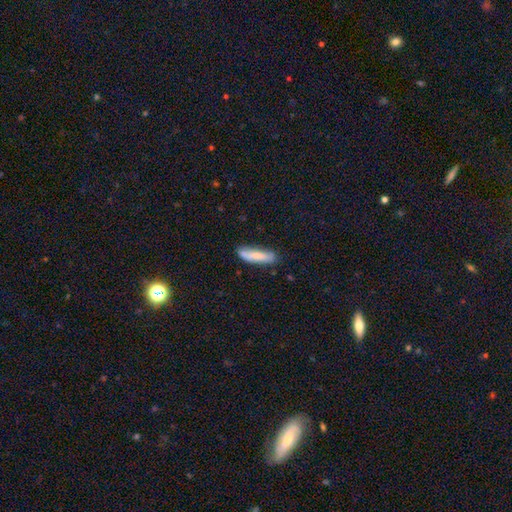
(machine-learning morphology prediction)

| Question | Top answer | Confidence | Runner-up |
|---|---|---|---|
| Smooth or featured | smooth | 73% | featured or disk (21%) |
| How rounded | cigar-shaped | 72% | in between (26%) |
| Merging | none | 76% | minor disturbance (18%) |